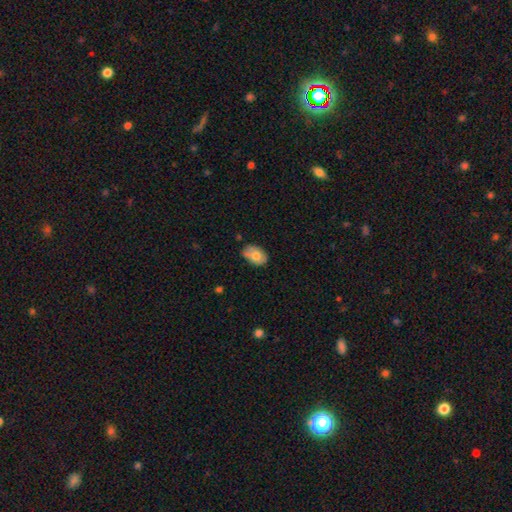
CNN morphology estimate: Smooth or featured?
  - smooth: 68% *
  - featured or disk: 25%
  - star or artifact: 7%
How rounded?
  - in between: 87% *
  - round: 12%
  - cigar-shaped: 1%
Merging?
  - none: 67% *
  - minor disturbance: 27%
  - major disturbance: 4%
  - merger: 2%